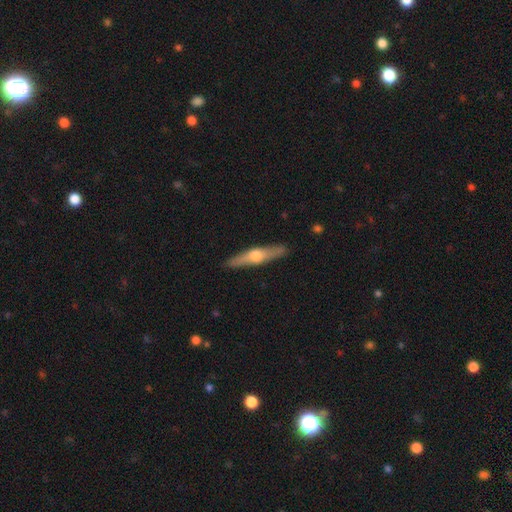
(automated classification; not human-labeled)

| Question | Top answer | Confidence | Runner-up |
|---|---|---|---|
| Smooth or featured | featured or disk | 63% | smooth (31%) |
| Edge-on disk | yes | 94% | no (6%) |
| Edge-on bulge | rounded | 93% | none (4%) |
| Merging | none | 91% | minor disturbance (7%) |